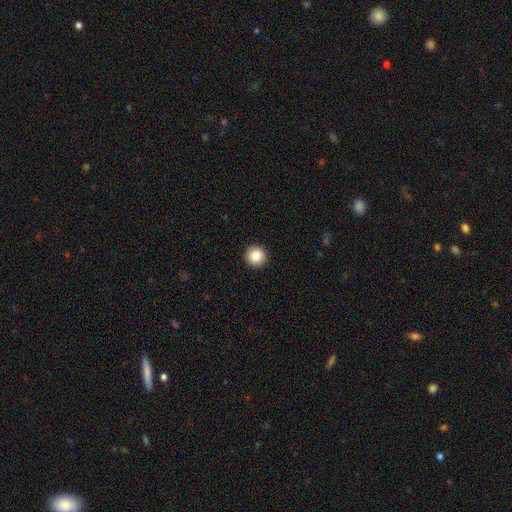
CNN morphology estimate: smooth 87%, star or artifact 9%, featured or disk 5%. Down the decision tree: how rounded — round (96%); merging — none (94%).